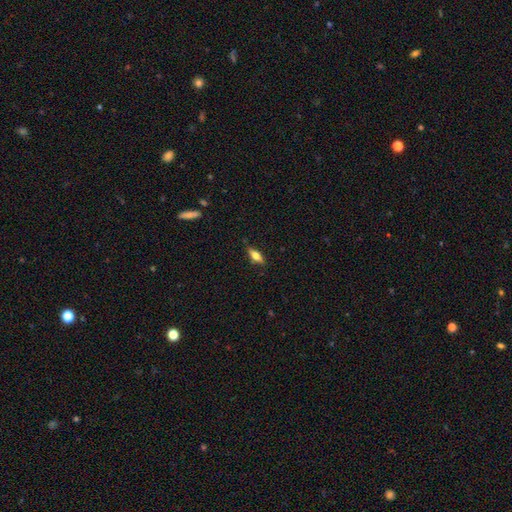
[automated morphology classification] The model was most divided on "smooth or featured": smooth: 53%, featured or disk: 39%, star or artifact: 8%. More confident: merging — none (83%); how rounded — in between (60%).